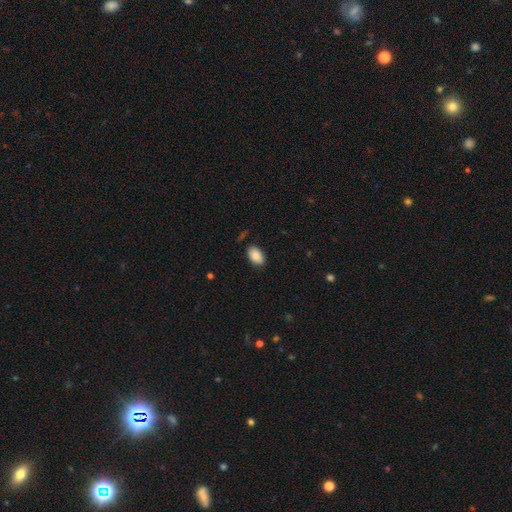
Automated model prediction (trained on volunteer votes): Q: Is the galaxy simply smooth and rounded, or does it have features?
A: smooth — 88%.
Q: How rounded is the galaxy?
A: in between — 92%.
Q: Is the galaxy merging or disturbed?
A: none — 85%.